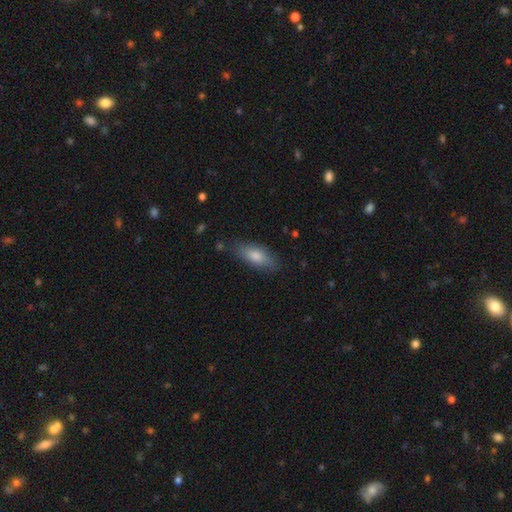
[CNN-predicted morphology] The model was most divided on "how rounded": in between: 68%, cigar-shaped: 29%, round: 3%. More confident: merging — none (81%); smooth or featured — smooth (74%).